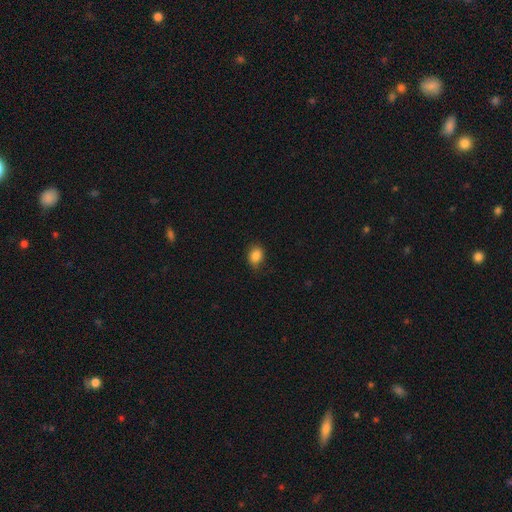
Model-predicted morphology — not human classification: Smooth or featured? Predicted: smooth (p=0.86). How rounded? Predicted: in between (p=0.61). Merging? Predicted: none (p=0.78).